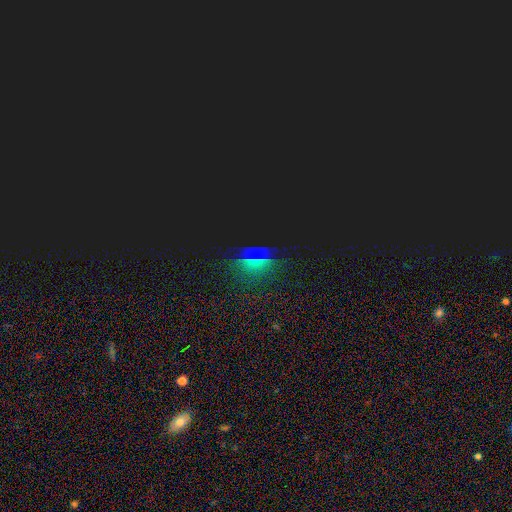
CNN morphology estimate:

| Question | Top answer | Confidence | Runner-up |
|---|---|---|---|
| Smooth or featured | star or artifact | 72% | smooth (18%) |